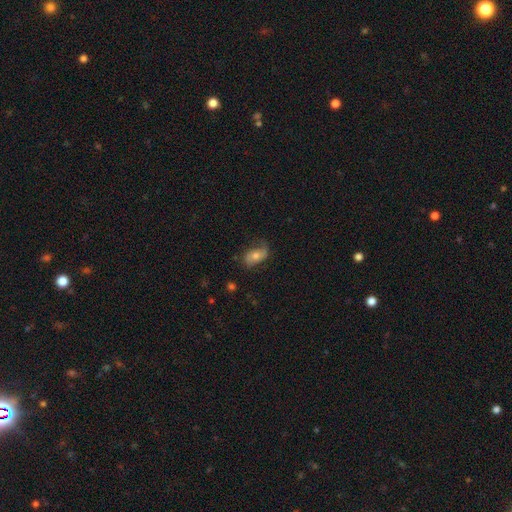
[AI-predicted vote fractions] Q: Smooth or featured?
A: featured or disk (53%); runner-up: smooth (38%)
Q: Edge-on disk?
A: no (93%); runner-up: yes (7%)
Q: Merging?
A: none (62%); runner-up: minor disturbance (25%)